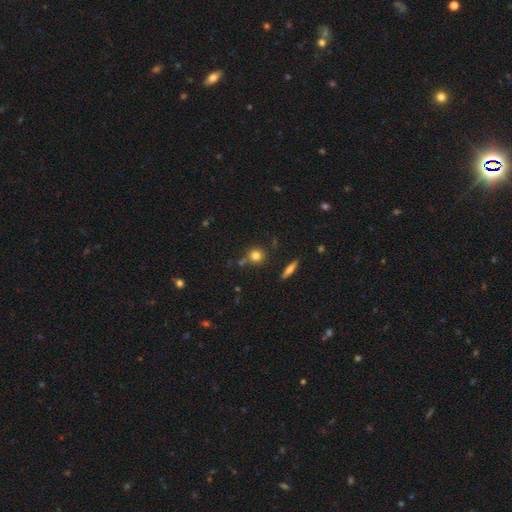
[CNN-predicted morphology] A smooth galaxy with no disk features (78%) that is round (88%).

Vote fractions:
- Smooth or featured? smooth: 78% / star or artifact: 12% / featured or disk: 10%
- How rounded? round: 88% / in between: 10% / cigar-shaped: 2%
- Merging? none: 74% / merger: 12% / minor disturbance: 11% / major disturbance: 3%